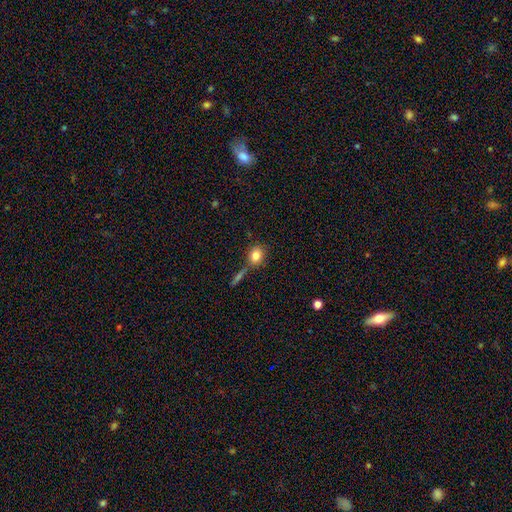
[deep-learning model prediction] Overall: smooth (81%). How rounded: round (66%; in between 32%). Merging: none (65%).